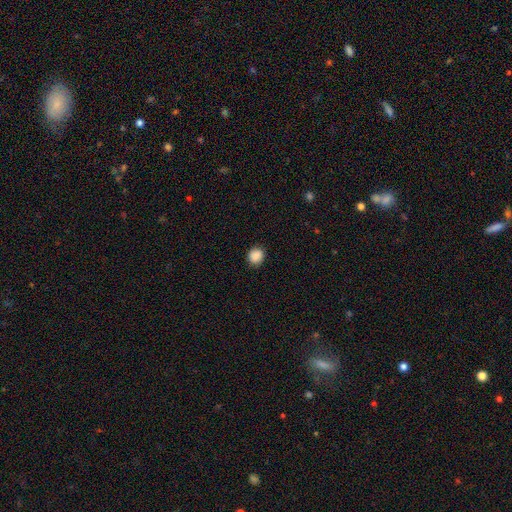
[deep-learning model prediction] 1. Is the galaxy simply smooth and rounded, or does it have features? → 89% smooth, 9% star or artifact, 3% featured or disk.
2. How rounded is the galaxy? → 78% round, 21% in between, 1% cigar-shaped.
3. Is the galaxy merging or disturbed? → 88% none, 8% minor disturbance, 2% major disturbance, 1% merger.